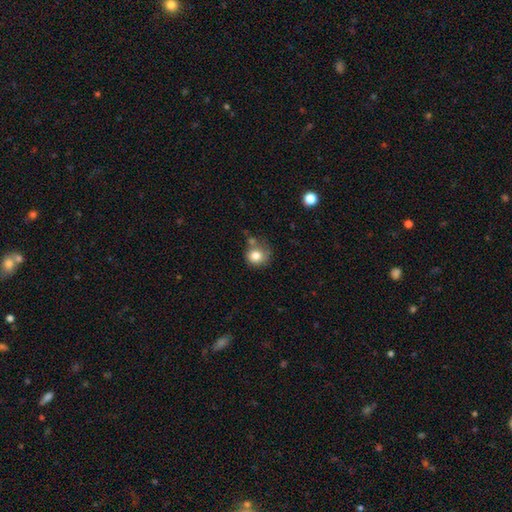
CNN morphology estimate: Overall: smooth (80%). How rounded: round (85%). Merging: none (51%; minor disturbance 23%).